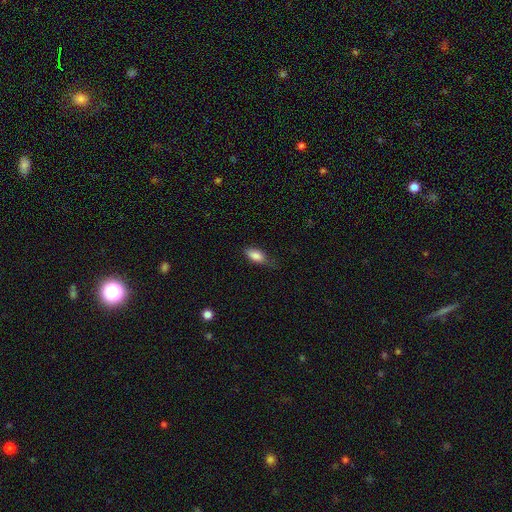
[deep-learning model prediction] smooth 84%, featured or disk 9%, star or artifact 7%. Down the decision tree: how rounded — in between (85%); merging — none (55%).